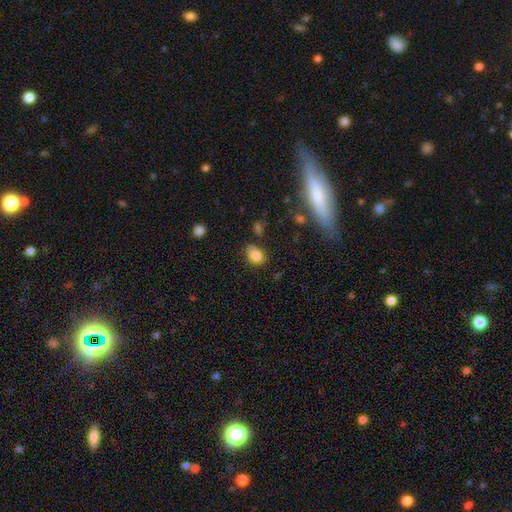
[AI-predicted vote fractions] smooth-or-featured: smooth: 82% | star or artifact: 11% | featured or disk: 7%
  how-rounded: in between: 71% | round: 27% | cigar-shaped: 2%
  merging: none: 68% | minor disturbance: 22% | major disturbance: 5% | merger: 5%